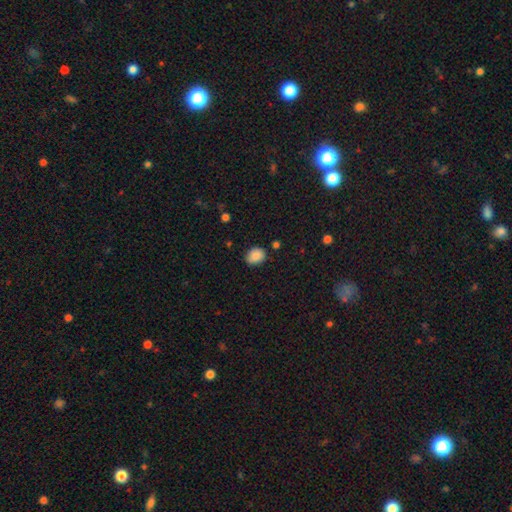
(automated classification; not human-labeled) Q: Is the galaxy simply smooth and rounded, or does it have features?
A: smooth — 86%.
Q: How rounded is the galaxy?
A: round — 50%.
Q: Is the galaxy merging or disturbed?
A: none — 79%.